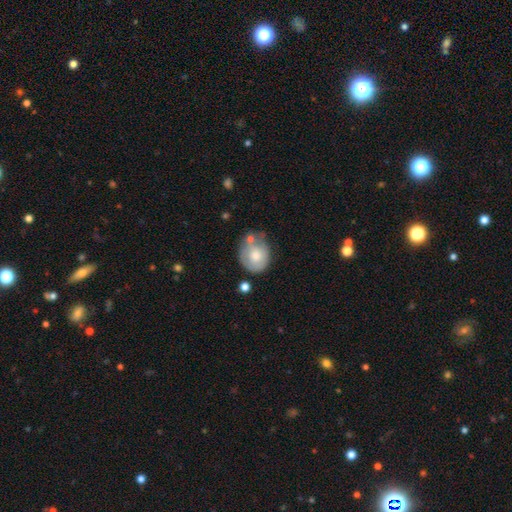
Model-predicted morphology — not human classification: A smooth galaxy with no disk features (66%) that is round (56%).

Vote fractions:
- Smooth or featured? smooth: 66% / featured or disk: 28% / star or artifact: 6%
- How rounded? round: 56% / in between: 43% / cigar-shaped: 1%
- Merging? none: 44% / minor disturbance: 29% / merger: 16% / major disturbance: 10%